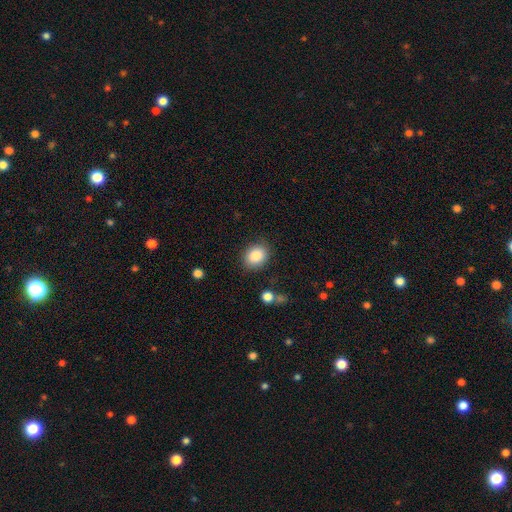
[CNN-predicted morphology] type=smooth (86%); roundness=round (50%, tied with in between); merging=none (85%).